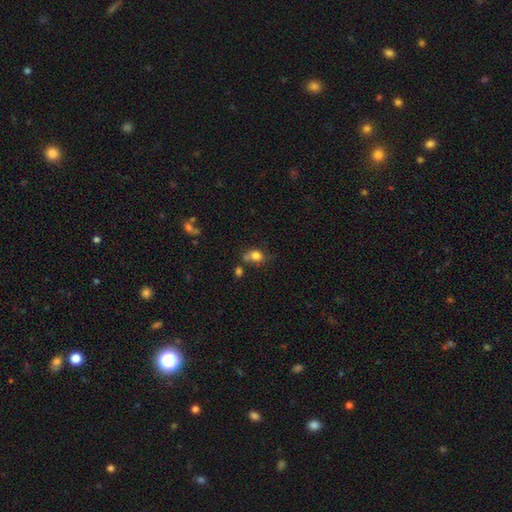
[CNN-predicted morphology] A smooth galaxy with no disk features (77%) that is round (52%). Merging: none (43%).